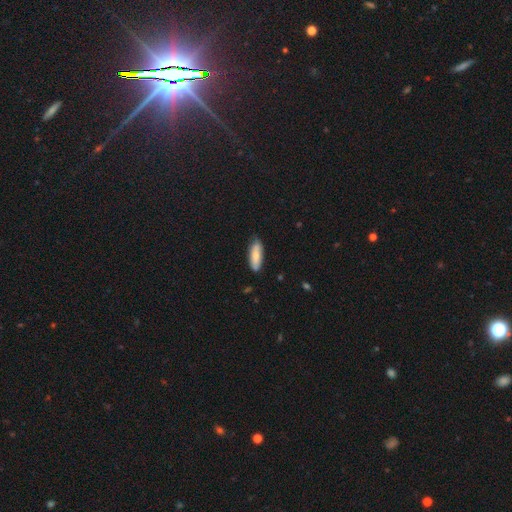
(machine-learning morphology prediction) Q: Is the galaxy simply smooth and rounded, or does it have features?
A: smooth — 76%.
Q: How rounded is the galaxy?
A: in between — 60%.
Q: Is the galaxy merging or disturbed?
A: none — 79%.